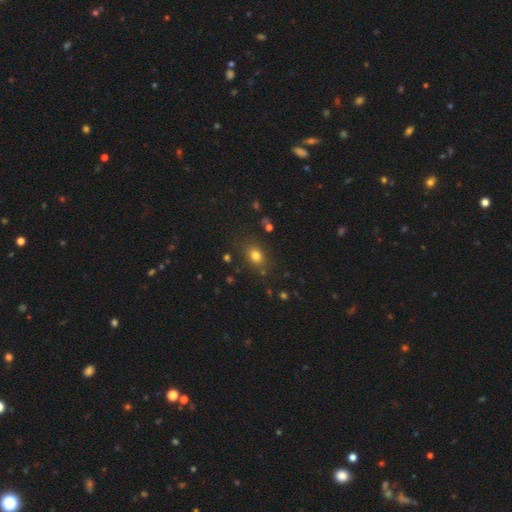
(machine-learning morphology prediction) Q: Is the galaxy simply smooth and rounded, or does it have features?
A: smooth — 77%.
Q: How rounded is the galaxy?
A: in between — 65%.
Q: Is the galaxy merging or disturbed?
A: none — 80%.